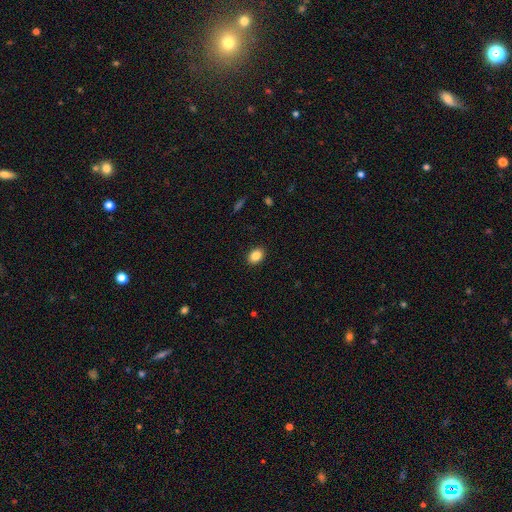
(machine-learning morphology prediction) A smooth galaxy with no disk features (86%) that is in between round and cigar-shaped (74%). Merging: none (90%).